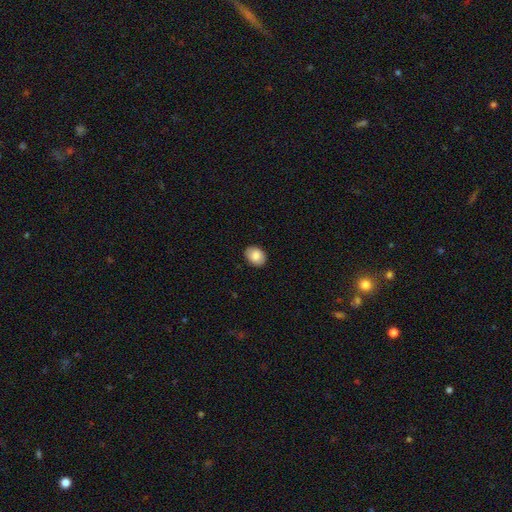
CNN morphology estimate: This appears to be a smooth galaxy with no disk features (86%) that is in between round and cigar-shaped (62%). Merging: none (89%).